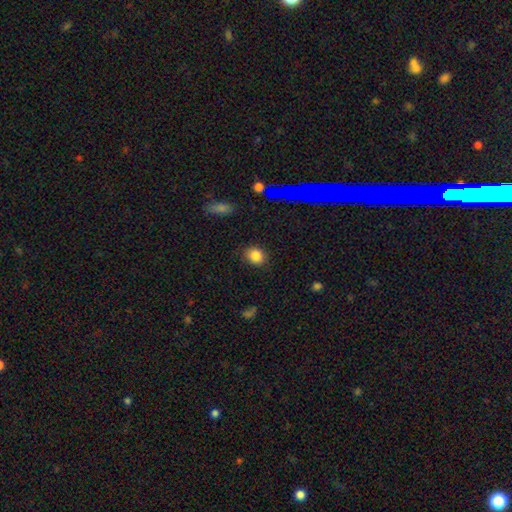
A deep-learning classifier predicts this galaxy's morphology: Q: Smooth or featured?
A: smooth (82%); runner-up: star or artifact (12%)
Q: How rounded?
A: round (65%); runner-up: in between (33%)
Q: Merging?
A: none (85%); runner-up: minor disturbance (11%)